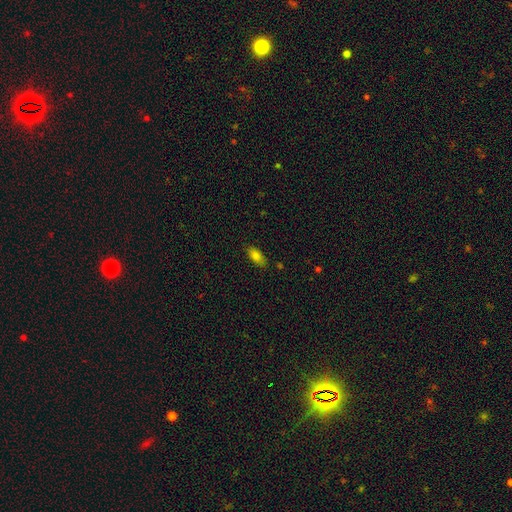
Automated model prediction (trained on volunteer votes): smooth-or-featured: smooth: 79% | featured or disk: 11% | star or artifact: 10%
  how-rounded: in between: 84% | cigar-shaped: 12% | round: 3%
  merging: none: 83% | minor disturbance: 13% | major disturbance: 2% | merger: 2%